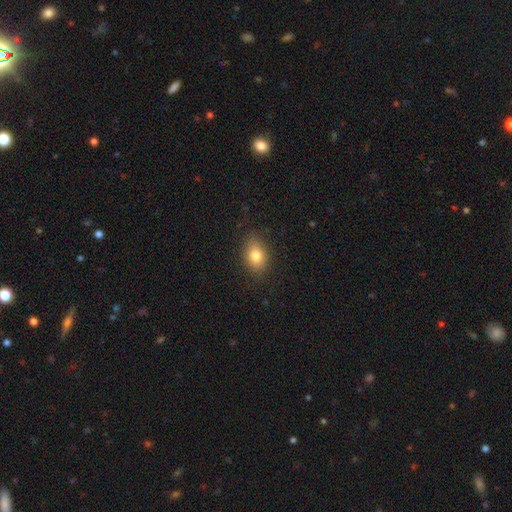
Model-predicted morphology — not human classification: The model was most divided on "how rounded": in between: 71%, round: 27%, cigar-shaped: 1%. More confident: merging — none (86%); smooth or featured — smooth (80%).